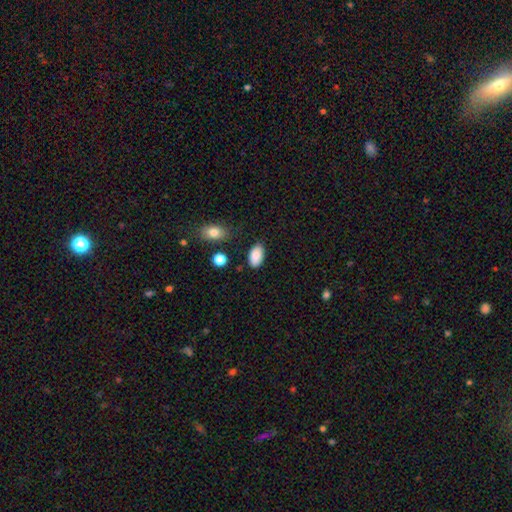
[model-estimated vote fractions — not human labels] Smooth or featured?
  - smooth: 87% *
  - star or artifact: 7%
  - featured or disk: 5%
How rounded?
  - in between: 94% *
  - round: 5%
  - cigar-shaped: 2%
Merging?
  - none: 80% *
  - minor disturbance: 14%
  - major disturbance: 3%
  - merger: 3%